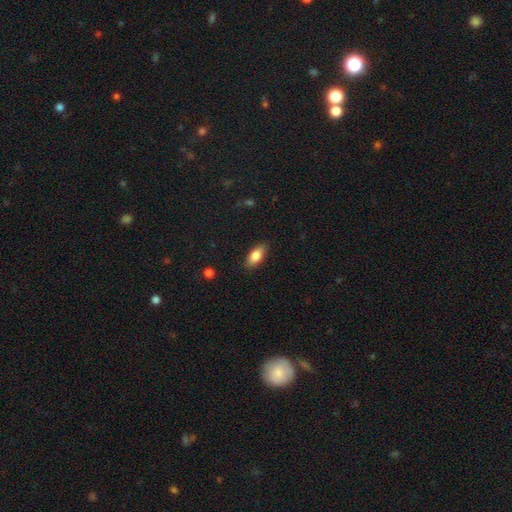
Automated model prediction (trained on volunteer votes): Smooth or featured?
  - smooth: 81% *
  - featured or disk: 12%
  - star or artifact: 7%
How rounded?
  - in between: 85% *
  - cigar-shaped: 12%
  - round: 3%
Merging?
  - none: 87% *
  - minor disturbance: 10%
  - major disturbance: 2%
  - merger: 1%